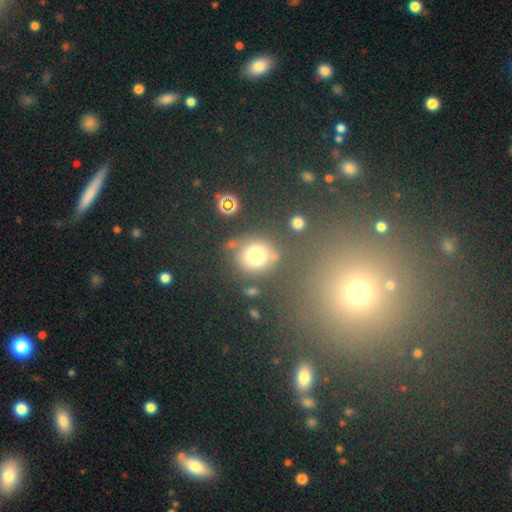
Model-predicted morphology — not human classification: Smooth or featured? Predicted: smooth (p=0.74). How rounded? Predicted: round (p=0.78). Merging? Predicted: none (p=0.69).